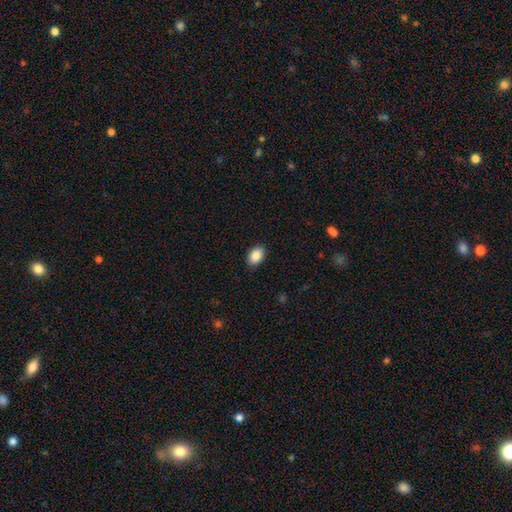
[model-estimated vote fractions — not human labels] Smooth or featured? smooth (89%)
How rounded? in between (89%)
Merging? none (88%)